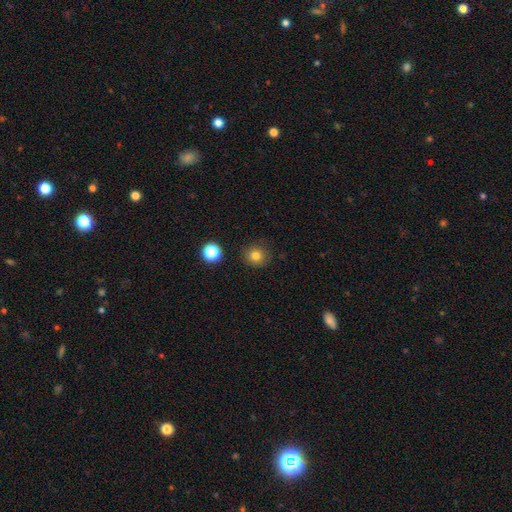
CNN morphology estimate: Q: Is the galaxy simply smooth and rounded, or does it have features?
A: smooth — 80%.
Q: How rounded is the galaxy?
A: round — 92%.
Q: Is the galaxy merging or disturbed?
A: none — 88%.